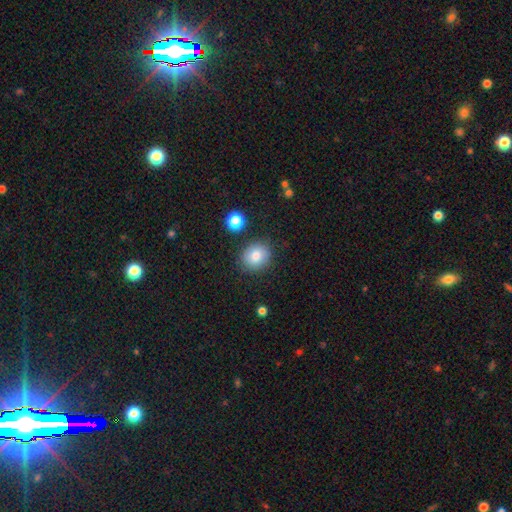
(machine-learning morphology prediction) Smooth or featured? Predicted: smooth (p=0.81). How rounded? Predicted: round (p=0.78). Merging? Predicted: none (p=0.85).